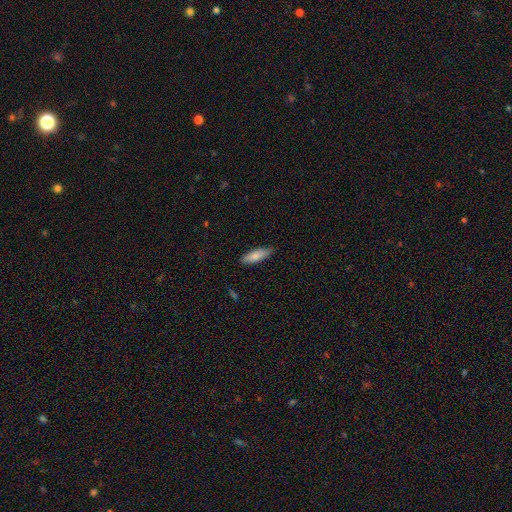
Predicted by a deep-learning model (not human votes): Smooth or featured: smooth — 81% (featured or disk — 13%)
How rounded: cigar-shaped — 50% (in between — 48%)
Merging: none — 84% (minor disturbance — 13%)